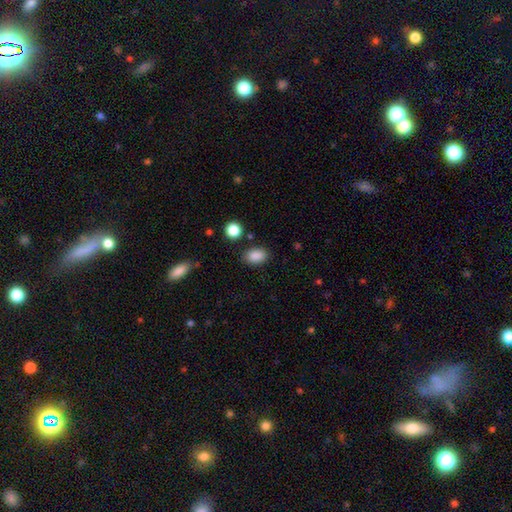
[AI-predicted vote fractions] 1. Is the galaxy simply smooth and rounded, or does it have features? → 88% smooth, 9% star or artifact, 4% featured or disk.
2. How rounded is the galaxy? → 84% in between, 15% round, 1% cigar-shaped.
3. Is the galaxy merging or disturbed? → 82% none, 12% minor disturbance, 3% major disturbance, 3% merger.